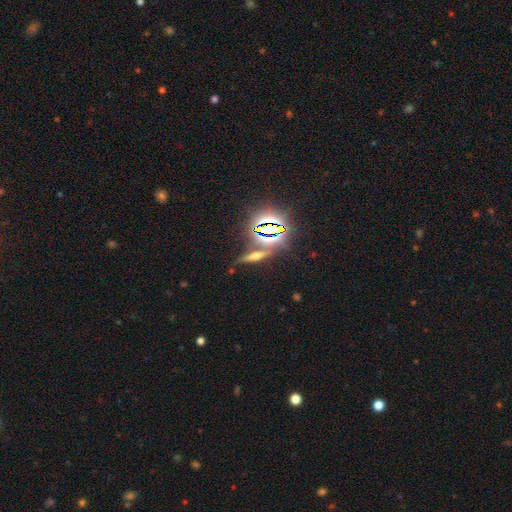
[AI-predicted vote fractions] Smooth or featured? Predicted: star or artifact (p=0.39).